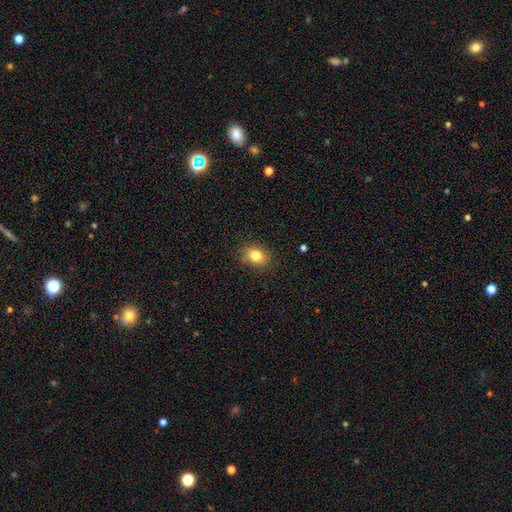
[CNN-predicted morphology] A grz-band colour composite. It shows a smooth galaxy with no disk features (81%) that is in between round and cigar-shaped (59%). Merging: none (84%).